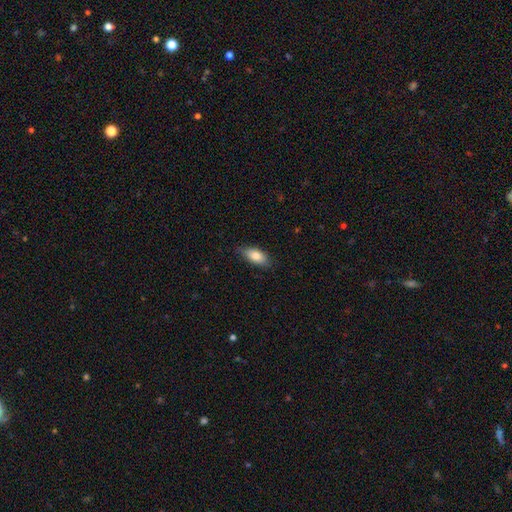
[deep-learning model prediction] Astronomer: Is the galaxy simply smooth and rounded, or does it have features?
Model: smooth — 82%.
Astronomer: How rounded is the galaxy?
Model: in between — 86%.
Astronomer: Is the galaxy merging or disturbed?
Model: none — 79%.